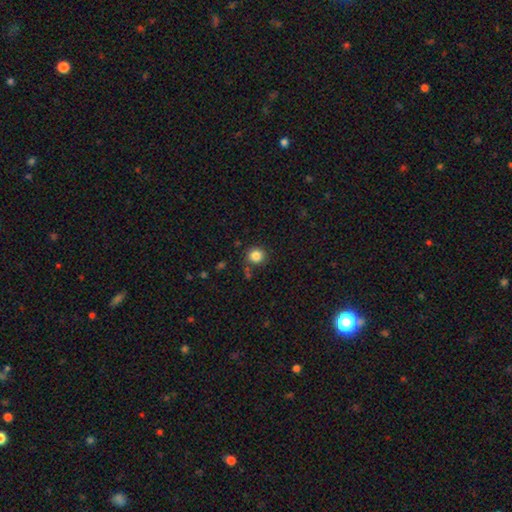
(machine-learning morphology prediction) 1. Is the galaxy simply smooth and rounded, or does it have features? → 85% smooth, 11% star or artifact, 5% featured or disk.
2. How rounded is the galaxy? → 89% round, 11% in between, 1% cigar-shaped.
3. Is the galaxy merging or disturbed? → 80% none, 11% minor disturbance, 5% merger, 4% major disturbance.